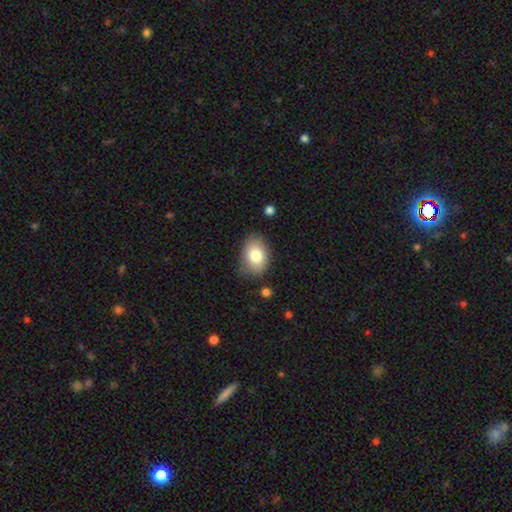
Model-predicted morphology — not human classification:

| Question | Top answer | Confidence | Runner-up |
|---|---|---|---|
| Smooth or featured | smooth | 80% | featured or disk (13%) |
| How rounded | in between | 84% | round (15%) |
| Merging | none | 76% | minor disturbance (18%) |